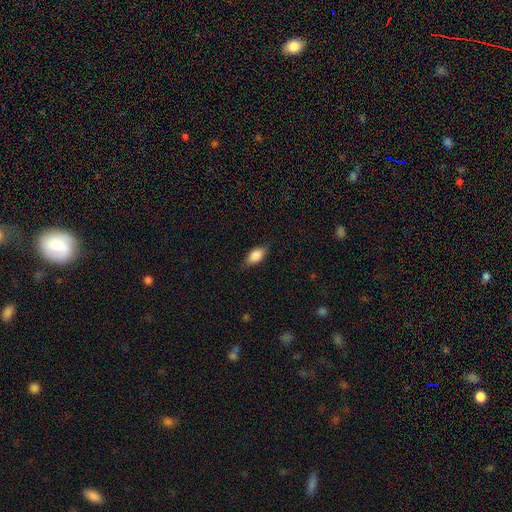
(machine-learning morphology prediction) This appears to be a smooth galaxy with no disk features (82%) that is in between round and cigar-shaped (88%). Merging: none (77%).